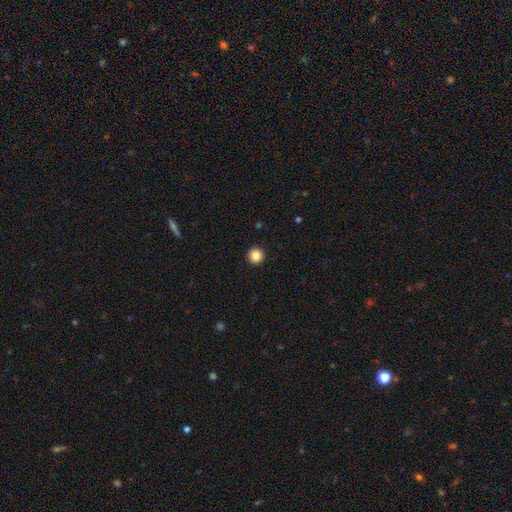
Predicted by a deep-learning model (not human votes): A smooth galaxy with no disk features (86%) that is round (96%).

Vote fractions:
- Smooth or featured? smooth: 86% / star or artifact: 10% / featured or disk: 4%
- How rounded? round: 96% / in between: 3% / cigar-shaped: 1%
- Merging? none: 94% / minor disturbance: 4% / major disturbance: 1% / merger: 1%